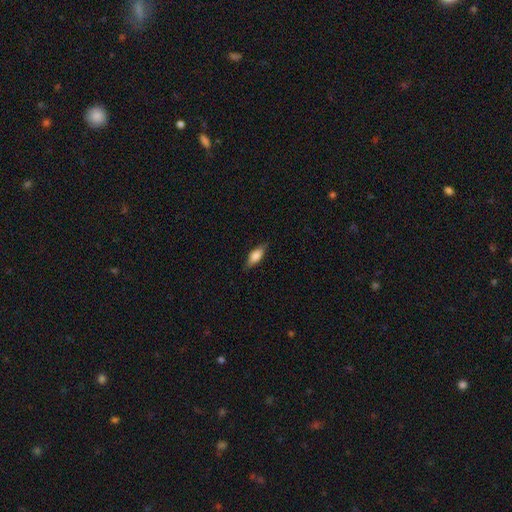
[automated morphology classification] Smooth or featured?
  - smooth: 70% *
  - featured or disk: 23%
  - star or artifact: 7%
How rounded?
  - in between: 70% *
  - cigar-shaped: 27%
  - round: 3%
Merging?
  - none: 82% *
  - minor disturbance: 14%
  - major disturbance: 3%
  - merger: 1%